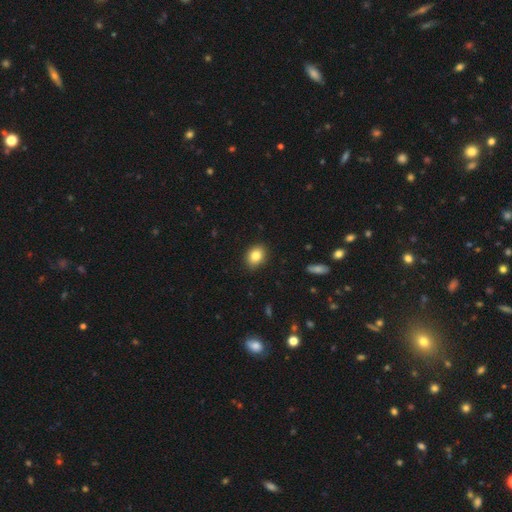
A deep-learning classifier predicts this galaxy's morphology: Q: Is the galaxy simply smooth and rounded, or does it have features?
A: smooth — 84%.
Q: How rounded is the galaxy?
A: in between — 66%.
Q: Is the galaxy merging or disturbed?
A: none — 87%.